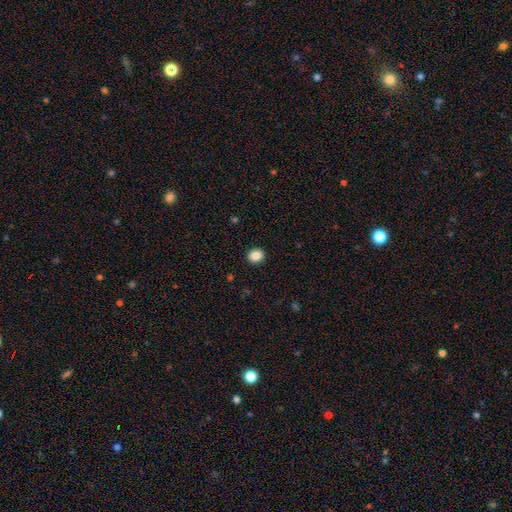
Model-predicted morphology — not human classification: smooth_or_featured: smooth (p=0.87) [alt: star or artifact p=0.10]
how_rounded: round (p=0.74) [alt: in between p=0.25]
merging: none (p=0.91) [alt: minor disturbance p=0.06]